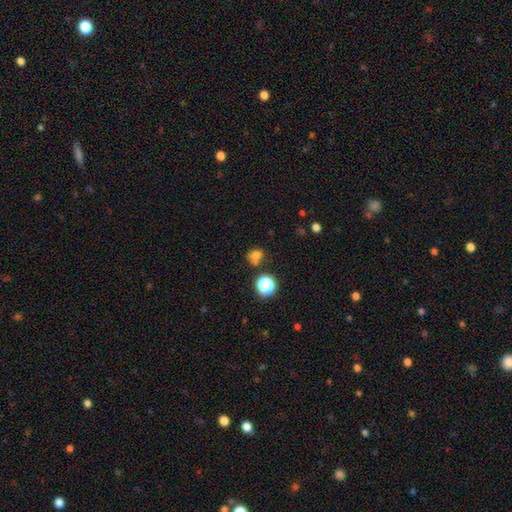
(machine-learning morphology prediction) Smooth or featured?
  - smooth: 72% *
  - star or artifact: 19%
  - featured or disk: 9%
How rounded?
  - round: 66% *
  - in between: 33%
  - cigar-shaped: 1%
Merging?
  - none: 54% *
  - minor disturbance: 20%
  - merger: 17%
  - major disturbance: 9%